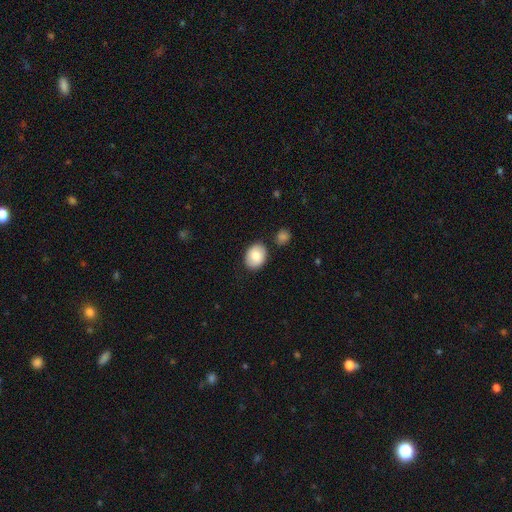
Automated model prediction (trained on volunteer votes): Smooth or featured? smooth (80%)
How rounded? in between (59%)
Merging? none (83%)